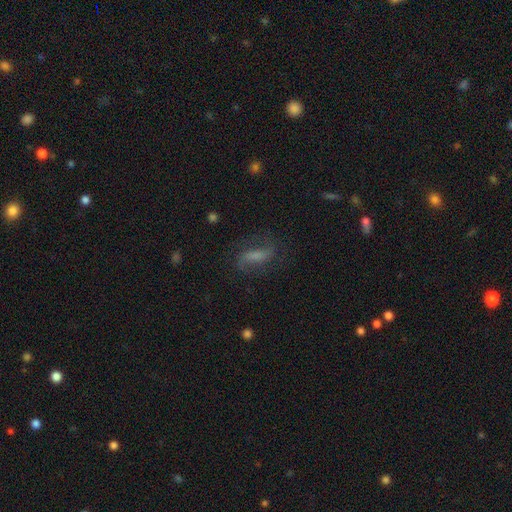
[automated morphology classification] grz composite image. It shows a featured or disk galaxy (49%). Merging: none (72%).